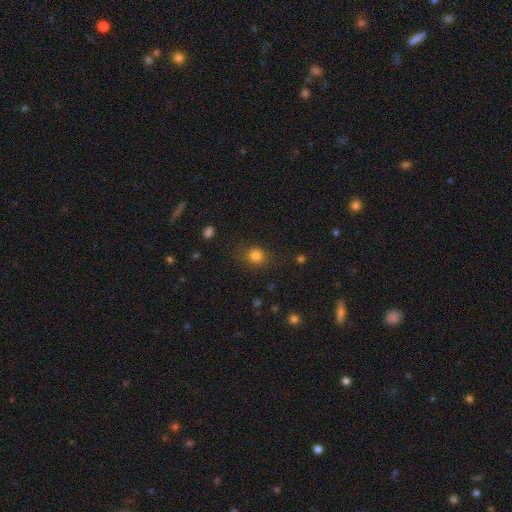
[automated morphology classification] Smooth or featured? Predicted: smooth (p=0.81). How rounded? Predicted: round (p=0.73). Merging? Predicted: none (p=0.82).